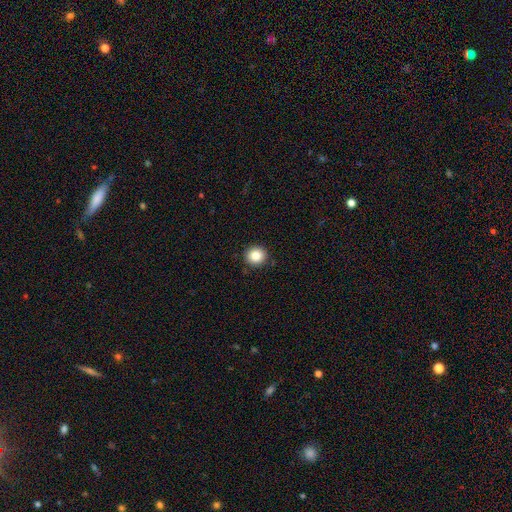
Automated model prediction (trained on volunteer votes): Q: Smooth or featured?
A: smooth (85%); runner-up: star or artifact (10%)
Q: How rounded?
A: round (89%); runner-up: in between (10%)
Q: Merging?
A: none (91%); runner-up: minor disturbance (6%)